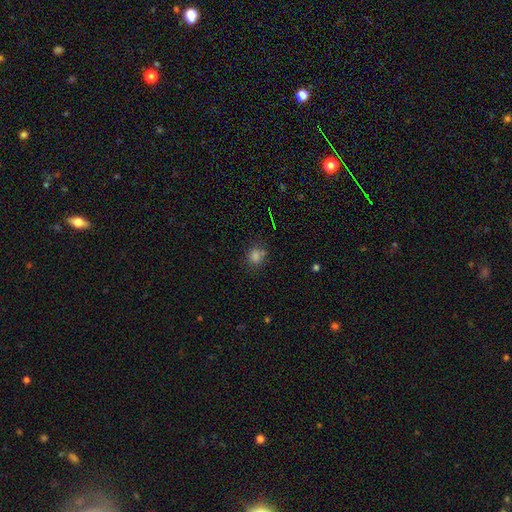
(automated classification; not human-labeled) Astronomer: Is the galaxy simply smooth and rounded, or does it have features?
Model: smooth — 75%.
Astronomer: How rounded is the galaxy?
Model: round — 75%.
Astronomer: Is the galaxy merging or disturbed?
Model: none — 71%.